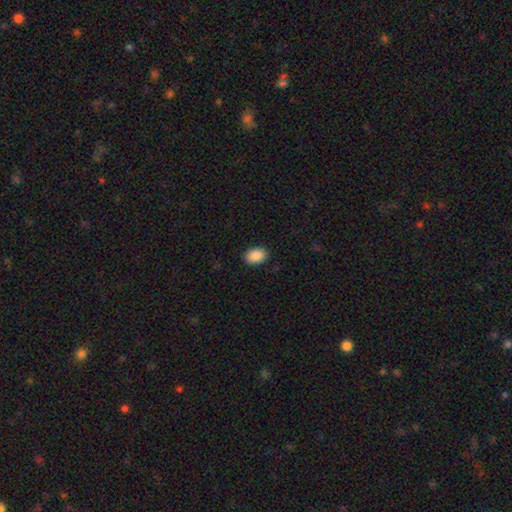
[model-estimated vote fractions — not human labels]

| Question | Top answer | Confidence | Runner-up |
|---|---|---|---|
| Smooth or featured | smooth | 90% | star or artifact (7%) |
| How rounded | in between | 81% | round (18%) |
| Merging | none | 89% | minor disturbance (8%) |